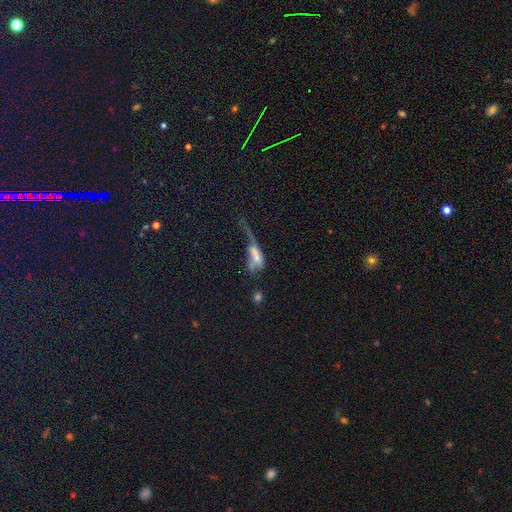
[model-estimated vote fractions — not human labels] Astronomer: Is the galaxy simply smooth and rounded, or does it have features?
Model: smooth — 50% (runner-up: featured or disk, 38%).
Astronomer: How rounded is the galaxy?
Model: in between — 69%.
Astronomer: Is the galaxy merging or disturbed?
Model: major disturbance — 53%.